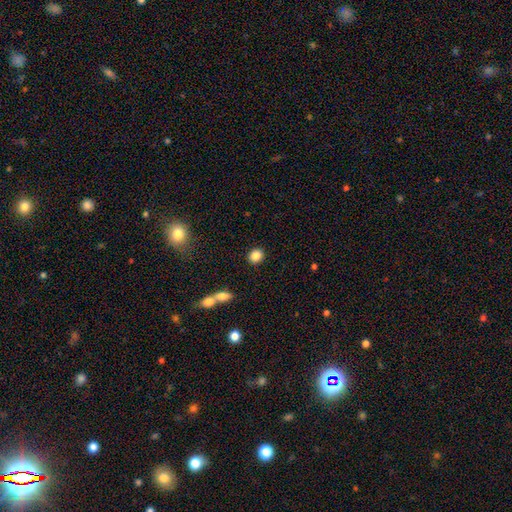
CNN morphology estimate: type=smooth (86%); roundness=round (63%); merging=none (88%).